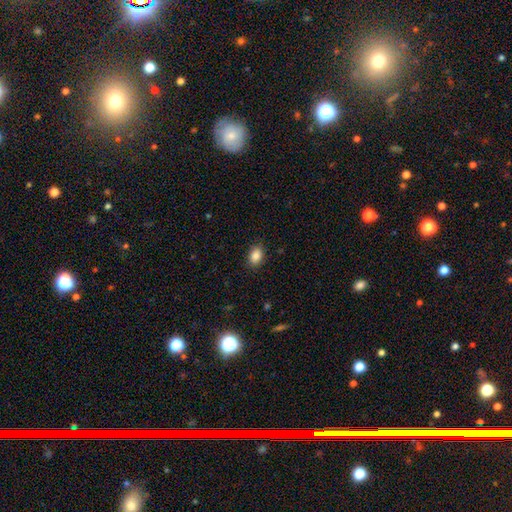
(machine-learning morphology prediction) type=smooth (88%); roundness=in between (80%); merging=none (87%).